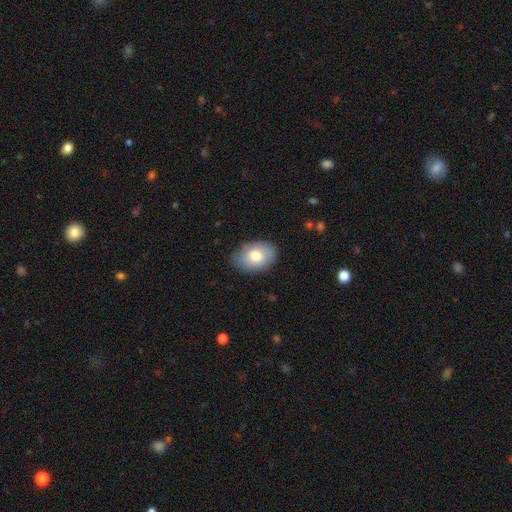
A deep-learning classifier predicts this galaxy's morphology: smooth_or_featured: smooth (p=0.74) [alt: featured or disk p=0.19]
how_rounded: in between (p=0.83) [alt: round p=0.16]
merging: none (p=0.77) [alt: minor disturbance p=0.18]